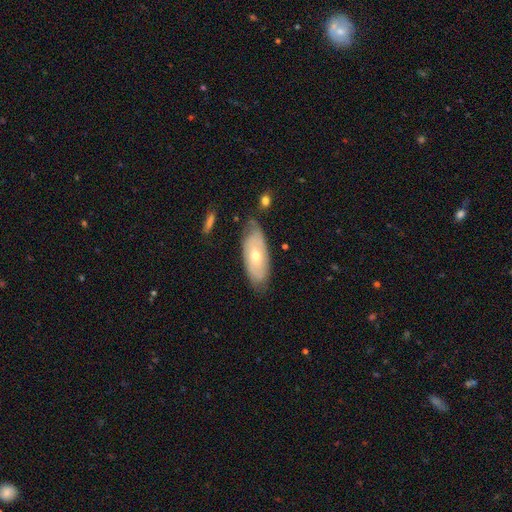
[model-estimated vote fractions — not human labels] Q: Smooth or featured?
A: featured or disk (47%); runner-up: smooth (46%)
Q: Merging?
A: none (69%); runner-up: minor disturbance (23%)